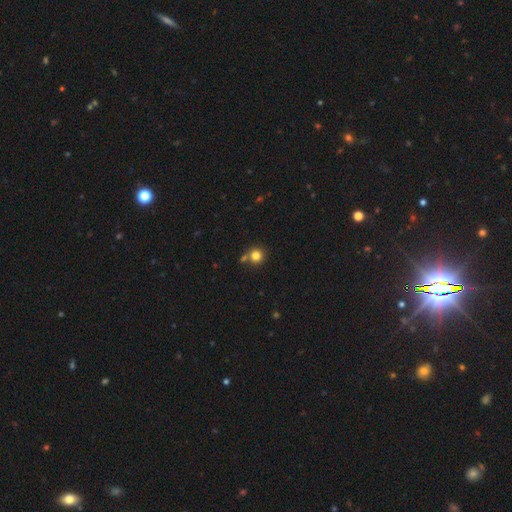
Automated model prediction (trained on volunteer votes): A smooth galaxy with no disk features (81%) that is round (92%). Merging: none (71%).